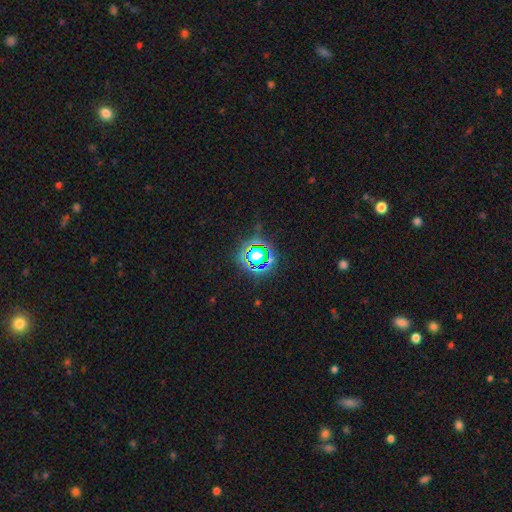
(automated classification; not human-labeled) This appears to be a star or artifact, not a galaxy (59%).